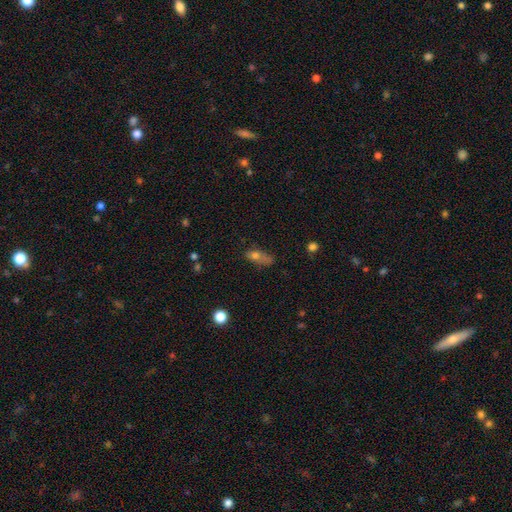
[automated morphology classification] smooth-or-featured: smooth: 65% | featured or disk: 21% | star or artifact: 14%
  how-rounded: in between: 66% | cigar-shaped: 23% | round: 11%
  merging: none: 38% | minor disturbance: 31% | major disturbance: 24% | merger: 7%